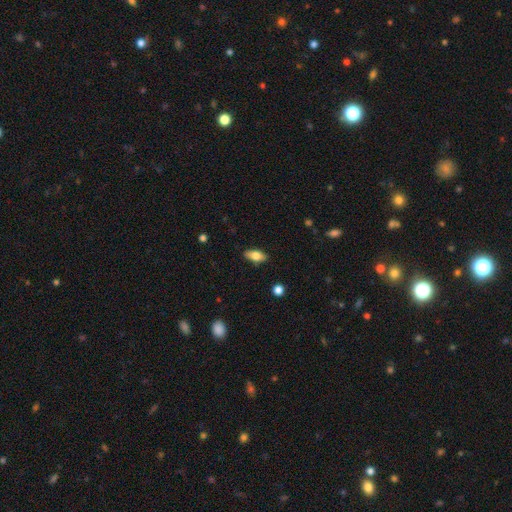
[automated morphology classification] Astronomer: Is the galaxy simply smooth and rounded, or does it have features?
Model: smooth — 76%.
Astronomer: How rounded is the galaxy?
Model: in between — 86%.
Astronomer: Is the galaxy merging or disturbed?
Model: none — 87%.